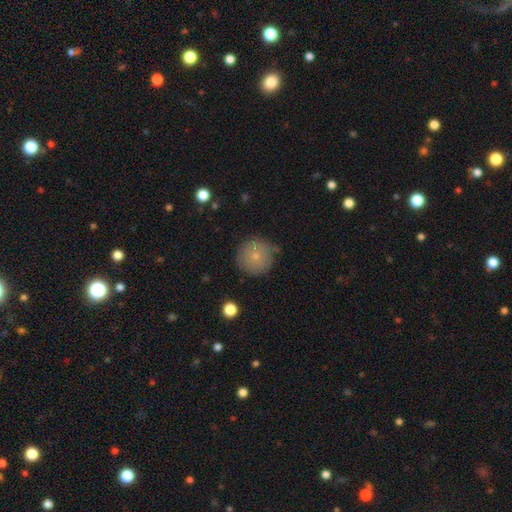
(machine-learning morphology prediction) This is likely a smooth galaxy (75%). How rounded: clearly round (95%). Merging: clearly none (80%).